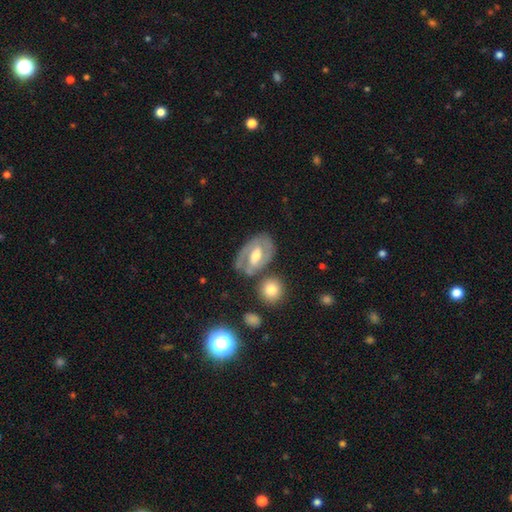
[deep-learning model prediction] This appears to be a featured or disk galaxy (71%) with a weak bar (45%), 2 (67%) tight (47%) spiral arms (75%) and a moderate central bulge (67%). Merging: none (62%).